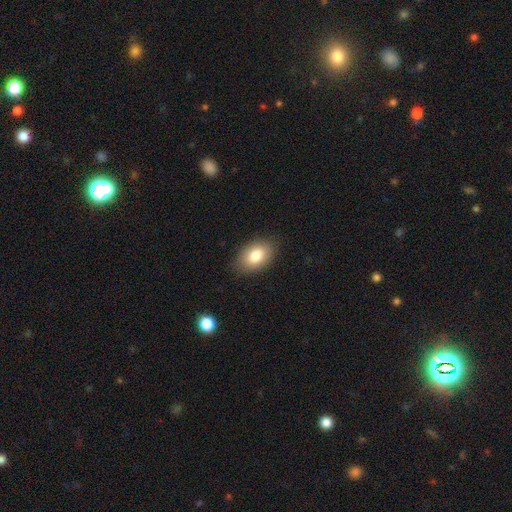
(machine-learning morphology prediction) smooth-or-featured: smooth: 81% | featured or disk: 11% | star or artifact: 7%
  how-rounded: in between: 89% | round: 9% | cigar-shaped: 1%
  merging: none: 83% | minor disturbance: 13% | major disturbance: 3% | merger: 1%